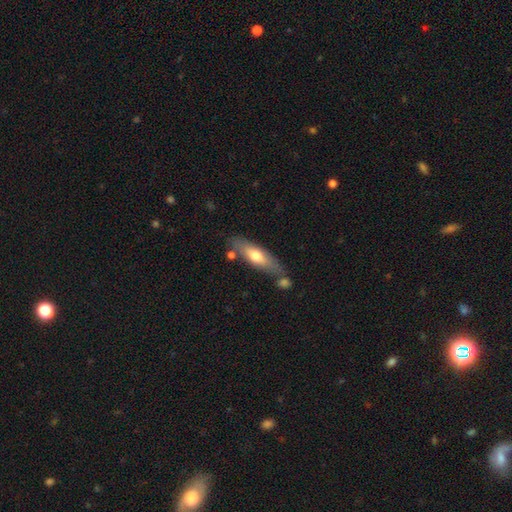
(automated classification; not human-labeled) Smooth or featured? Predicted: smooth (p=0.57). How rounded? Predicted: cigar-shaped (p=0.55). Merging? Predicted: none (p=0.69).